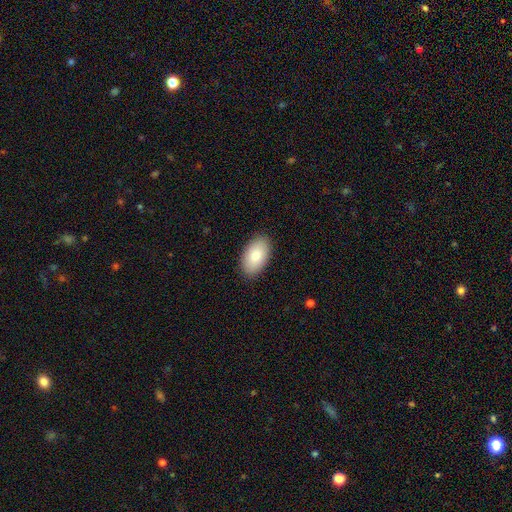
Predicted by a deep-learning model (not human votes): Smooth or featured?
  - smooth: 84% *
  - featured or disk: 10%
  - star or artifact: 6%
How rounded?
  - in between: 95% *
  - round: 3%
  - cigar-shaped: 1%
Merging?
  - none: 89% *
  - minor disturbance: 8%
  - major disturbance: 2%
  - merger: 1%